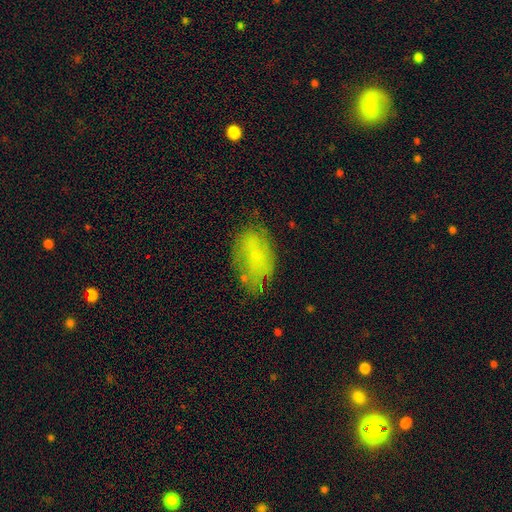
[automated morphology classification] Smooth or featured: smooth — 57% (featured or disk — 32%)
How rounded: in between — 90% (round — 8%)
Merging: none — 60% (minor disturbance — 26%)